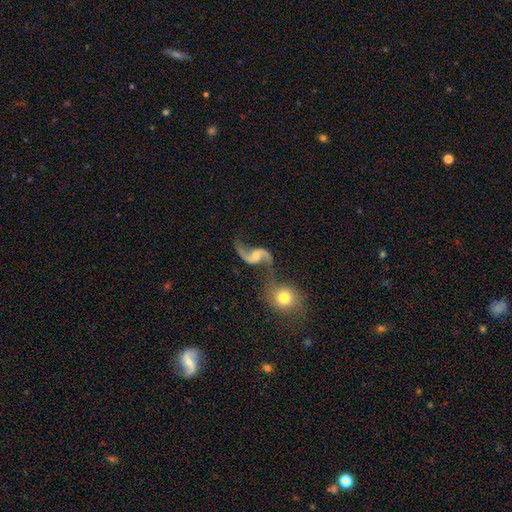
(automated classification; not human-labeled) Q: Smooth or featured?
A: featured or disk (89%); runner-up: smooth (6%)
Q: Edge-on disk?
A: no (98%); runner-up: yes (2%)
Q: Bar?
A: no (47%); runner-up: weak (43%)
Q: Spiral arms?
A: yes (96%); runner-up: no (4%)
Q: Spiral winding?
A: loose (87%); runner-up: medium (10%)
Q: Spiral arm count?
A: 2 (93%); runner-up: 1 (2%)
Q: Bulge size?
A: small (46%); runner-up: moderate (25%)
Q: Merging?
A: none (46%); runner-up: merger (30%)